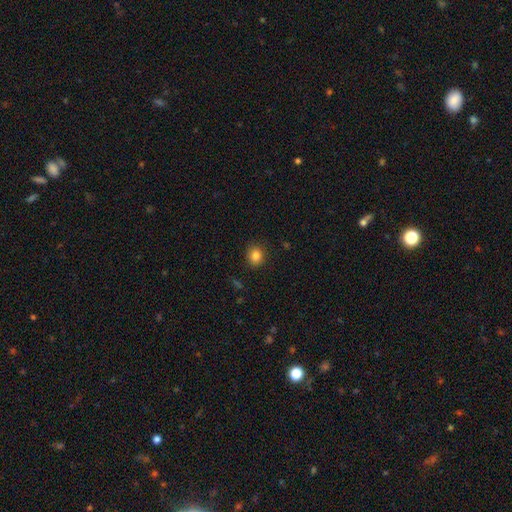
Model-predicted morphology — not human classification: smooth_or_featured: smooth (p=0.83) [alt: star or artifact p=0.12]
how_rounded: round (p=0.76) [alt: in between p=0.23]
merging: none (p=0.88) [alt: minor disturbance p=0.09]